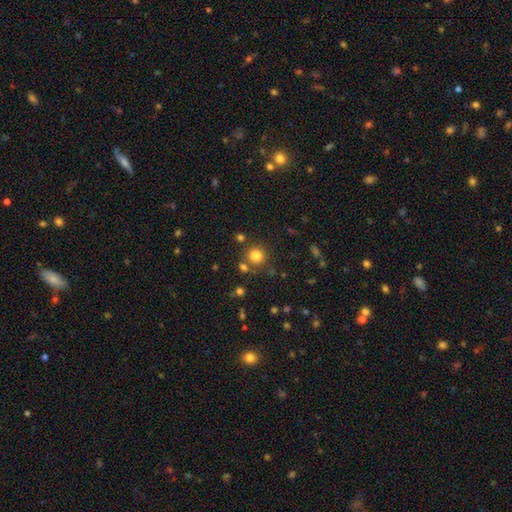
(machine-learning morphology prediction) Smooth or featured? Predicted: smooth (p=0.80). How rounded? Predicted: round (p=0.87). Merging? Predicted: none (p=0.76).